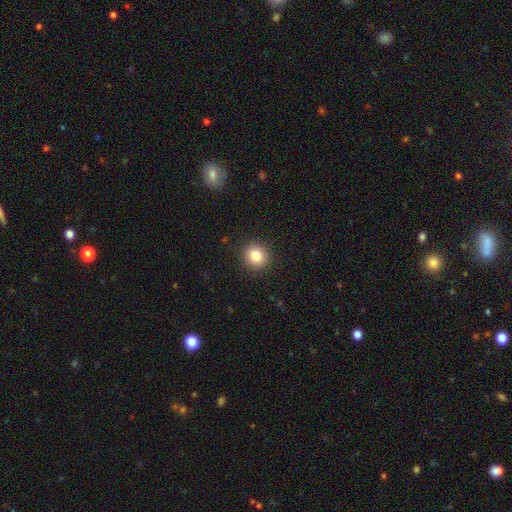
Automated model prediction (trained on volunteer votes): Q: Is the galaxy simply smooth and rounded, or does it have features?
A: smooth — 83%.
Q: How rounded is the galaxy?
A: round — 86%.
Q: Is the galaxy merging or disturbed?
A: none — 91%.